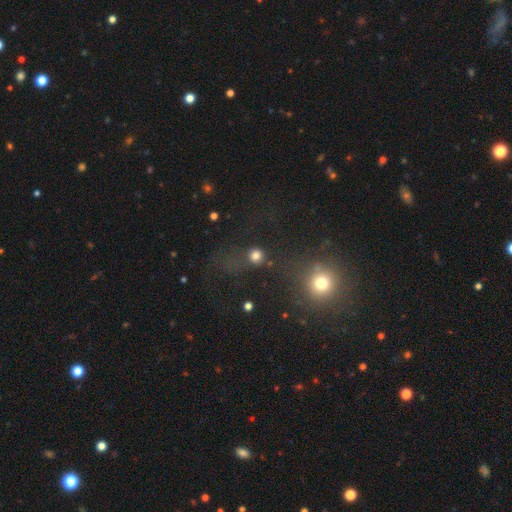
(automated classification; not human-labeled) Smooth or featured? Predicted: smooth (p=0.75). How rounded? Predicted: round (p=0.89). Merging? Predicted: none (p=0.68).